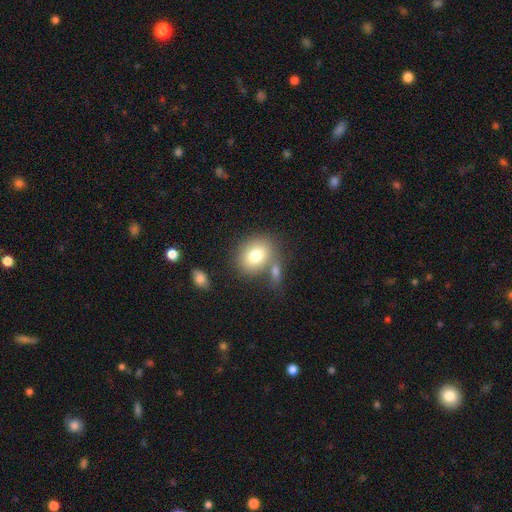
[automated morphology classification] Smooth or featured: smooth — 77% (featured or disk — 14%)
How rounded: round — 52% (in between — 47%)
Merging: none — 59% (merger — 22%)